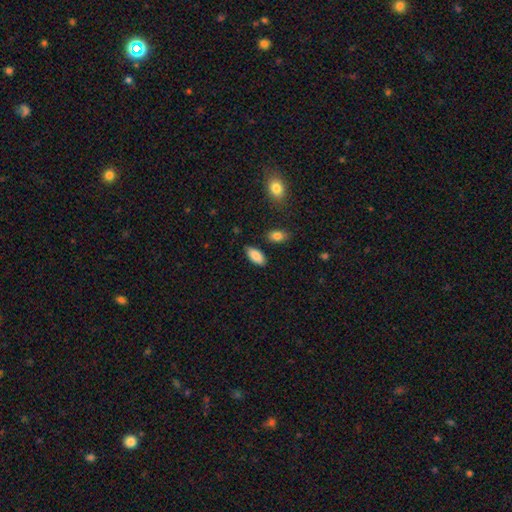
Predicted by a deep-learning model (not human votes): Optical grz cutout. It shows a smooth galaxy with no disk features (86%) that is in between round and cigar-shaped (91%). Merging: none (84%).